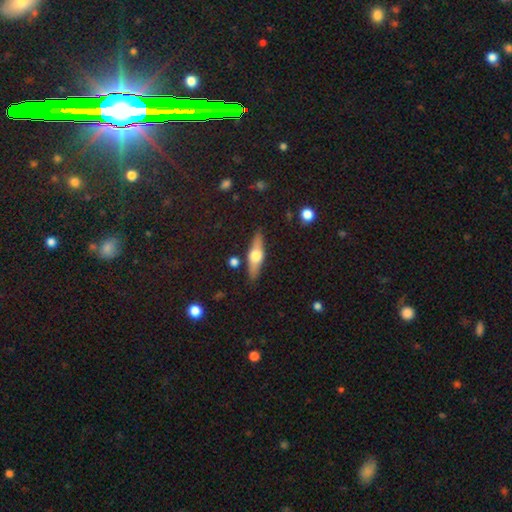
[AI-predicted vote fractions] Smooth or featured: featured or disk — 54% (smooth — 39%)
Edge-on disk: yes — 92% (no — 8%)
Merging: none — 86% (minor disturbance — 9%)